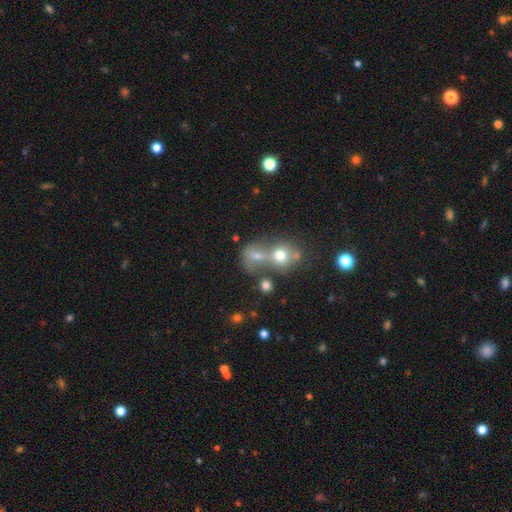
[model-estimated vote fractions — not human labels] This appears to be a smooth galaxy with no disk features (64%) that is round (59%). Merging: merger (58%).